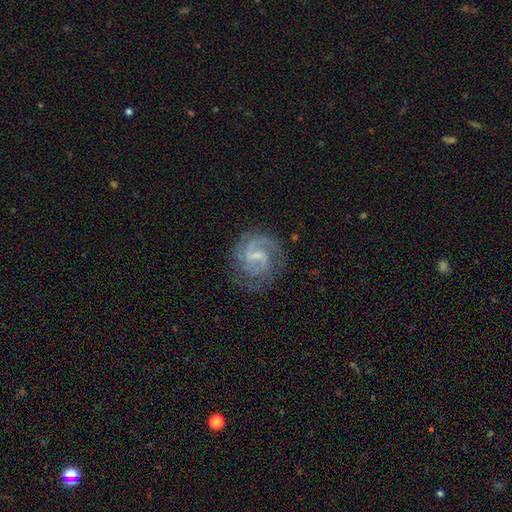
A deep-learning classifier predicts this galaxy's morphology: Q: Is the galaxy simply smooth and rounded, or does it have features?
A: featured or disk — 87%.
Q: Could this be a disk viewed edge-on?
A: no — 98%.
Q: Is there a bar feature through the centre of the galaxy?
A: weak — 60%.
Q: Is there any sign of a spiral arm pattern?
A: yes — 97%.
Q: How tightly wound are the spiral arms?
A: medium — 49%.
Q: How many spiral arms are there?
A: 2 — 69%.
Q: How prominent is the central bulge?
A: small — 53%.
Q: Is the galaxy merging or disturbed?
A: none — 71%.